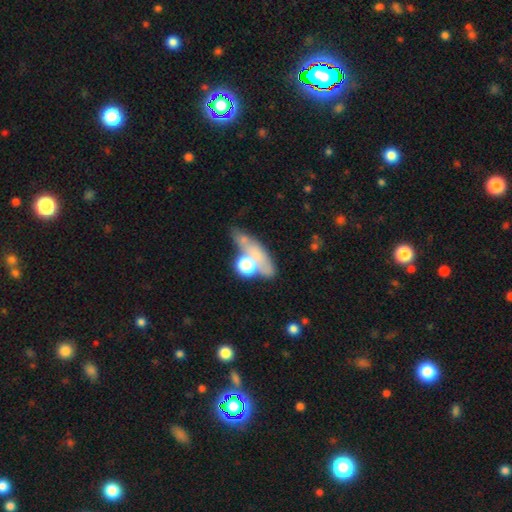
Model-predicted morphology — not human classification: Q: Smooth or featured?
A: smooth (51%); runner-up: featured or disk (33%)
Q: How rounded?
A: in between (51%); runner-up: round (25%)
Q: Merging?
A: none (34%); runner-up: merger (23%)